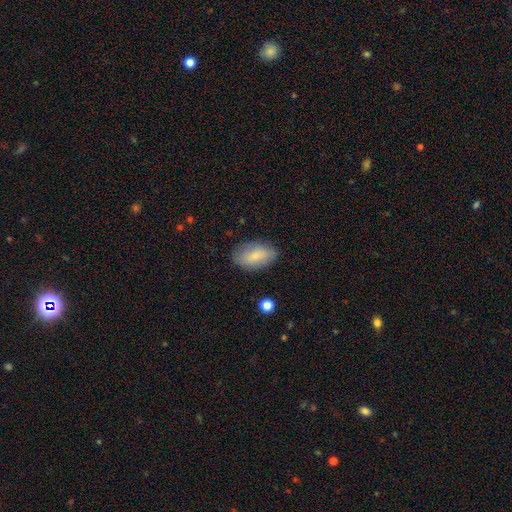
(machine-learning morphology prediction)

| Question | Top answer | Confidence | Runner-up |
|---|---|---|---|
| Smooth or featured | smooth | 77% | featured or disk (16%) |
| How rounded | in between | 92% | round (6%) |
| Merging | none | 81% | minor disturbance (15%) |